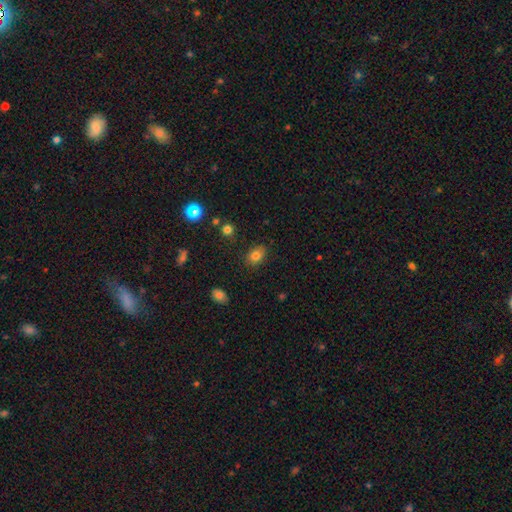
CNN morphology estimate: This appears to be a smooth galaxy with no disk features (81%) that is in between round and cigar-shaped (73%). Merging: none (83%).